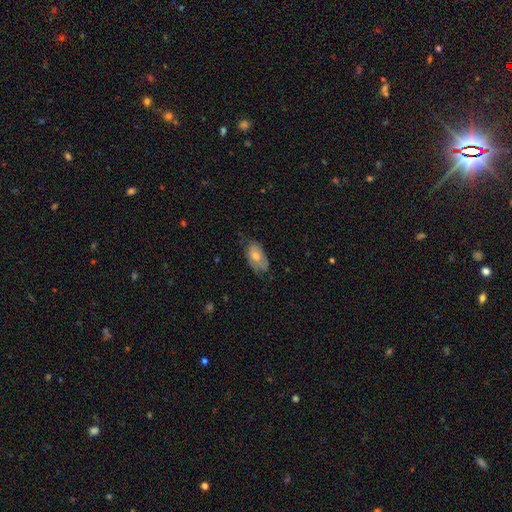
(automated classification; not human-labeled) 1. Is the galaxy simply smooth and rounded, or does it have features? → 52% smooth, 40% featured or disk, 9% star or artifact.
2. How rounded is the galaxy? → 90% in between, 5% round, 4% cigar-shaped.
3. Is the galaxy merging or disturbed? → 61% none, 29% minor disturbance, 9% major disturbance, 1% merger.